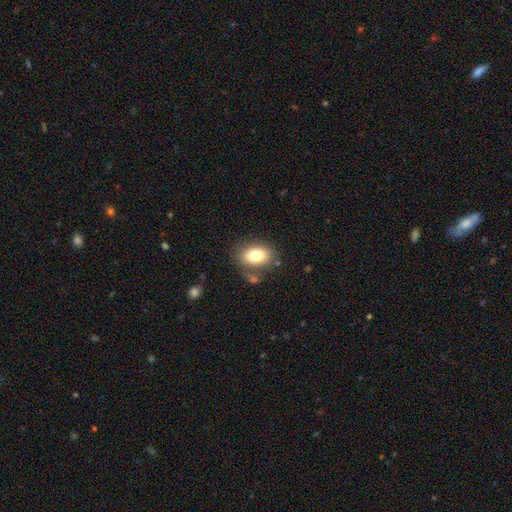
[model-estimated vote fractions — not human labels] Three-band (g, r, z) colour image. It shows a smooth galaxy with no disk features (81%) that is in between round and cigar-shaped (86%). Merging: none (71%).